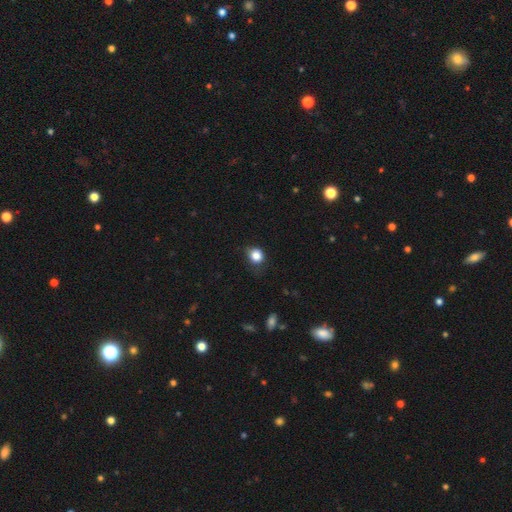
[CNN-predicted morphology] Smooth or featured: smooth — 84% (star or artifact — 11%)
How rounded: round — 76% (in between — 23%)
Merging: none — 68% (minor disturbance — 24%)